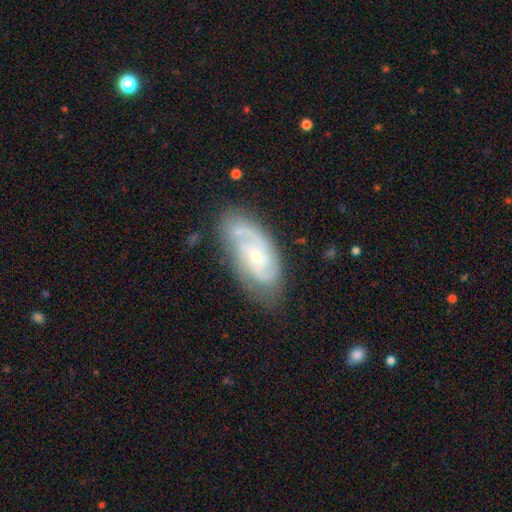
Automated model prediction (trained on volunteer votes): A featured or disk galaxy (80%) with no bar (65%), 2 (45%) tight (48%) spiral arms (94%) and a small central bulge (68%).

Vote fractions:
- Smooth or featured? featured or disk: 80% / smooth: 14% / star or artifact: 6%
- Edge-on disk? no: 95% / yes: 5%
- Bar? no: 65% / weak: 30% / strong: 6%
- Spiral arms? yes: 94% / no: 6%
- Spiral winding? tight: 48% / medium: 41% / loose: 12%
- Spiral arm count? 2: 45% / can't tell: 22% / 3: 20% / 1: 7% / 4: 4% / more than 4: 3%
- Bulge size? small: 68% / moderate: 28% / none: 2% / large: 1% / dominant: 1%
- Merging? none: 67% / minor disturbance: 20% / major disturbance: 8% / merger: 5%